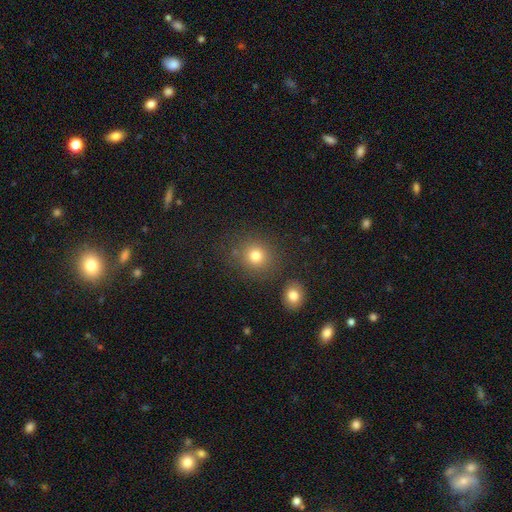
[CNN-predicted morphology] This is likely a smooth galaxy (79%). How rounded: clearly round (85%). Merging: clearly none (80%).